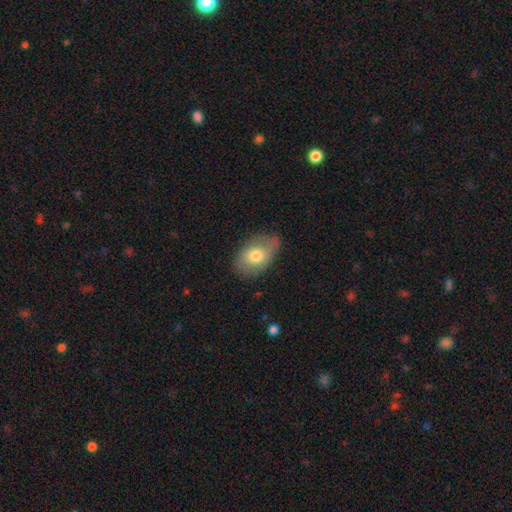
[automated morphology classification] This is likely a smooth galaxy (72%). How rounded: clearly in between (86%). Merging: likely none (67%).